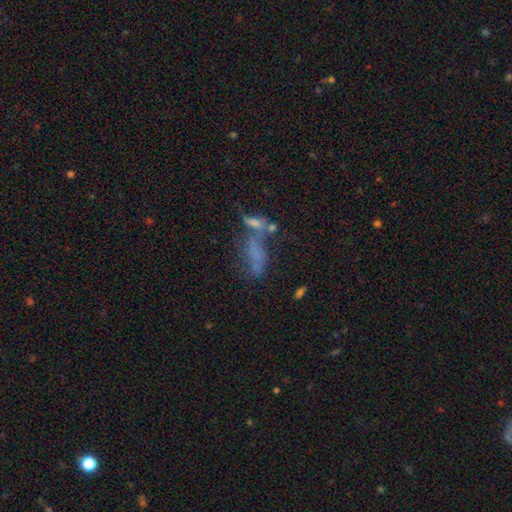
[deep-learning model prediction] This is marginally a smooth galaxy (43%). Merging: marginally merger (40%).